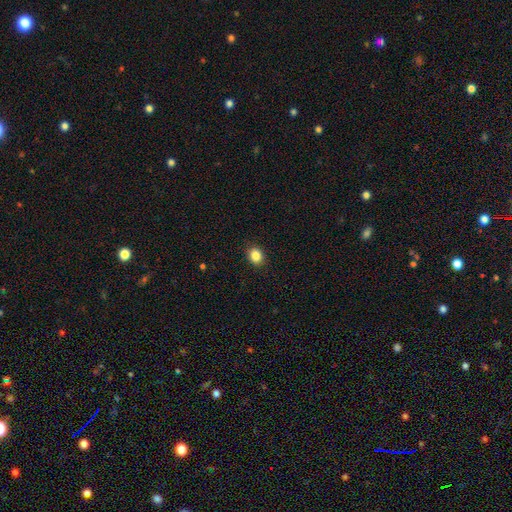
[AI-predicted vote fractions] This appears to be a smooth galaxy with no disk features (85%) that is round (61%). Merging: none (90%).